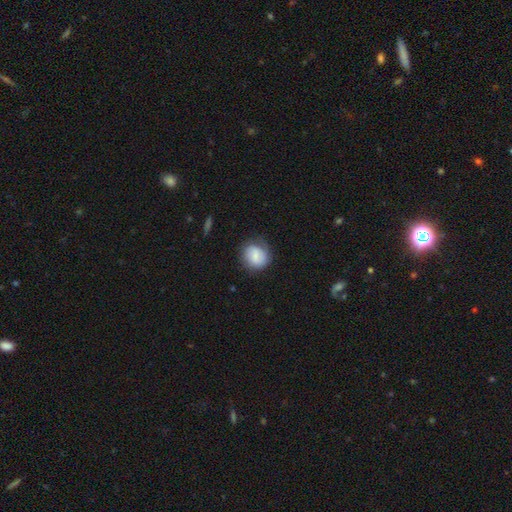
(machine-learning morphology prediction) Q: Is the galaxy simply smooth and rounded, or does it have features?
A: smooth — 74%.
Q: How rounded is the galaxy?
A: round — 77%.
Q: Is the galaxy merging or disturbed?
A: none — 69%.